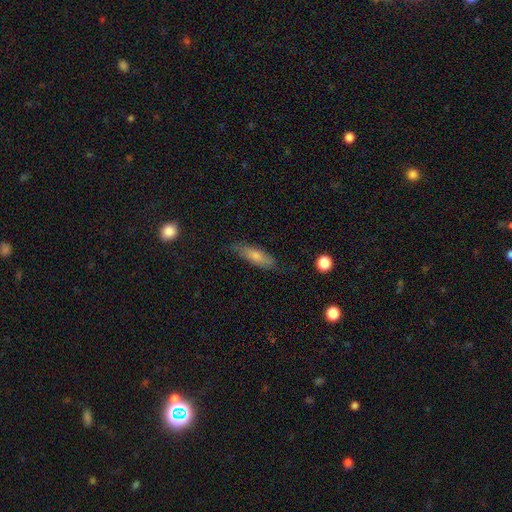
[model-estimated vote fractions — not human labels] Smooth or featured?
  - smooth: 61% *
  - featured or disk: 31%
  - star or artifact: 8%
How rounded?
  - cigar-shaped: 61% *
  - in between: 36%
  - round: 3%
Merging?
  - none: 76% *
  - minor disturbance: 19%
  - major disturbance: 4%
  - merger: 1%